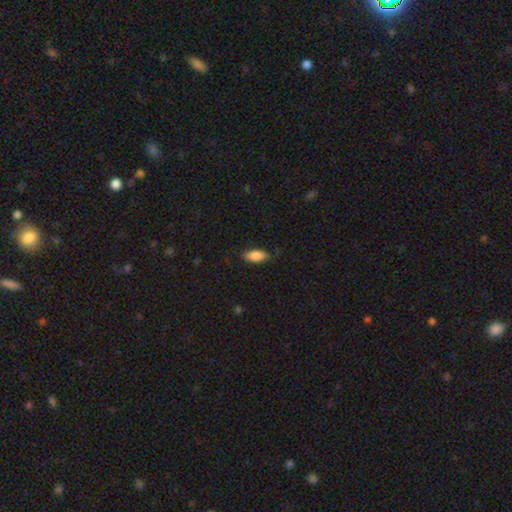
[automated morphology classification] Smooth or featured? Predicted: smooth (p=0.85). How rounded? Predicted: in between (p=0.88). Merging? Predicted: none (p=0.81).